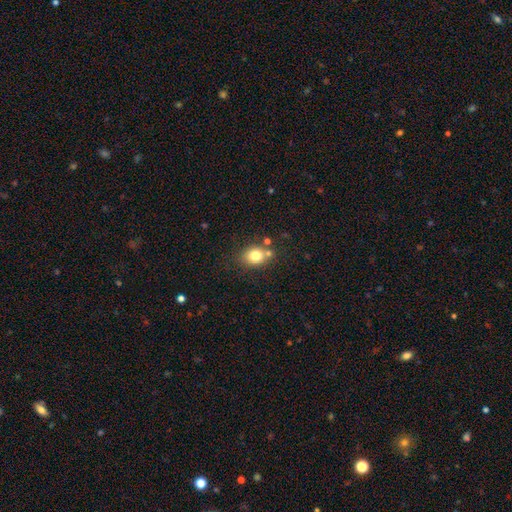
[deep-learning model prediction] smooth-or-featured: smooth: 77% | star or artifact: 12% | featured or disk: 11%
  how-rounded: round: 58% | in between: 41% | cigar-shaped: 1%
  merging: none: 68% | merger: 15% | minor disturbance: 14% | major disturbance: 4%